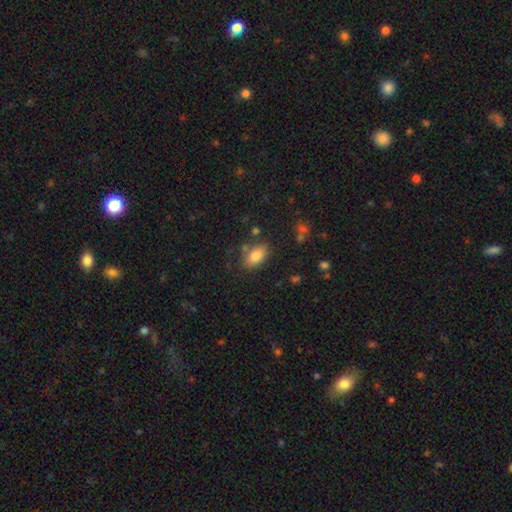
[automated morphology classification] This is clearly a smooth galaxy (83%). How rounded: clearly in between (90%). Merging: likely none (75%).